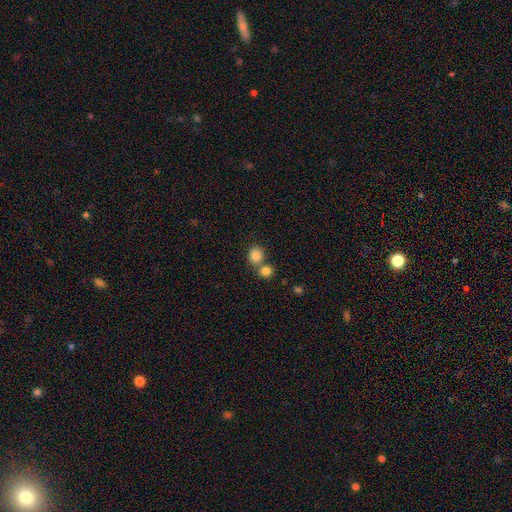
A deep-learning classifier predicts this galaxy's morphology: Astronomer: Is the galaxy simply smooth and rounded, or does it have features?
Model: smooth — 84%.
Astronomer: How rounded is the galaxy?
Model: round — 76%.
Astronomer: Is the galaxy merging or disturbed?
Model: none — 55% (runner-up: merger, 35%).